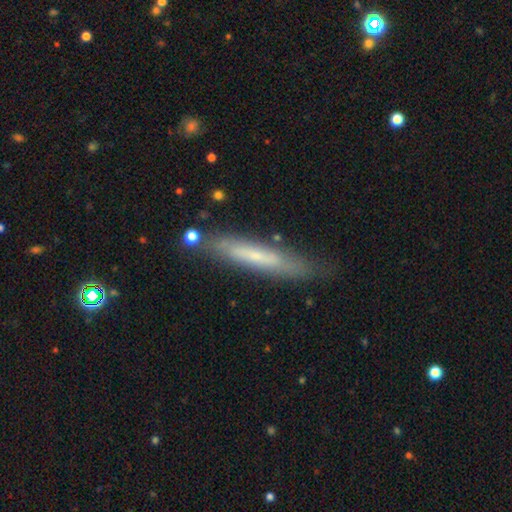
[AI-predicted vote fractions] This appears to be a featured or disk galaxy (47%). Merging: none (79%).